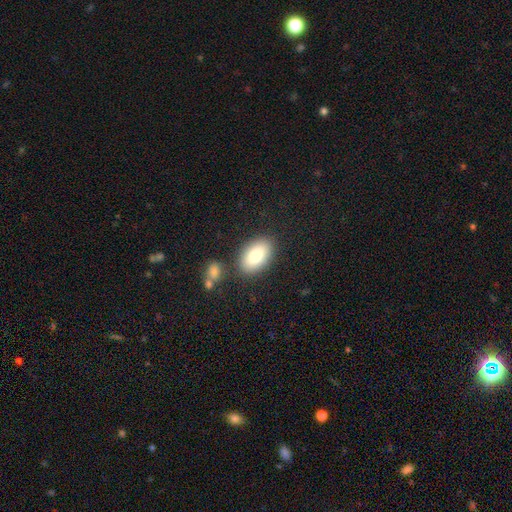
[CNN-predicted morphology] Smooth or featured? smooth (82%)
How rounded? in between (92%)
Merging? none (82%)